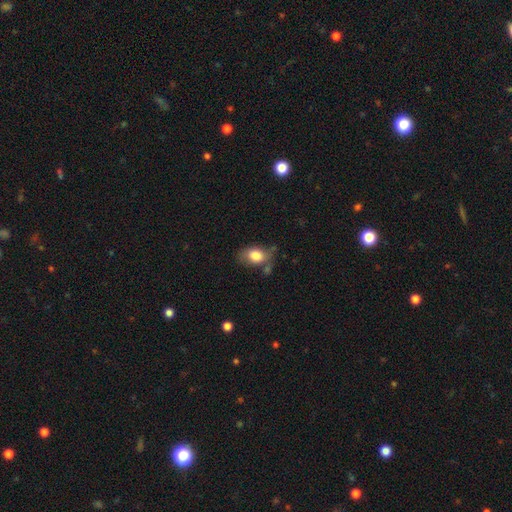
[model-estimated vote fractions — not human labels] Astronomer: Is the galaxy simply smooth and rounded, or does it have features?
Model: smooth — 80%.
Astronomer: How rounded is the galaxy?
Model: in between — 77%.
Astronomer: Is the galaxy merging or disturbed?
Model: none — 52% (runner-up: minor disturbance, 29%).